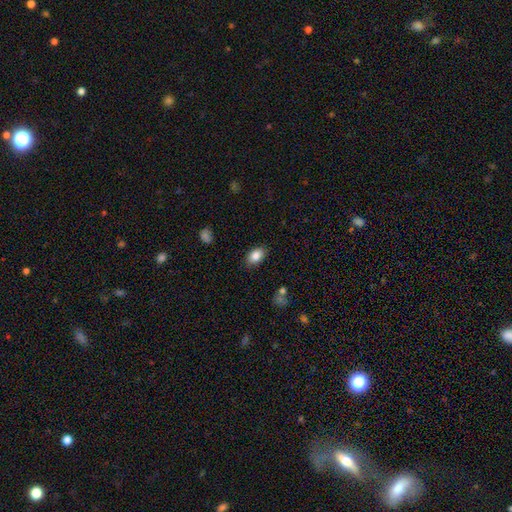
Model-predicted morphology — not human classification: Overall: smooth (85%). How rounded: in between (90%). Merging: none (86%).